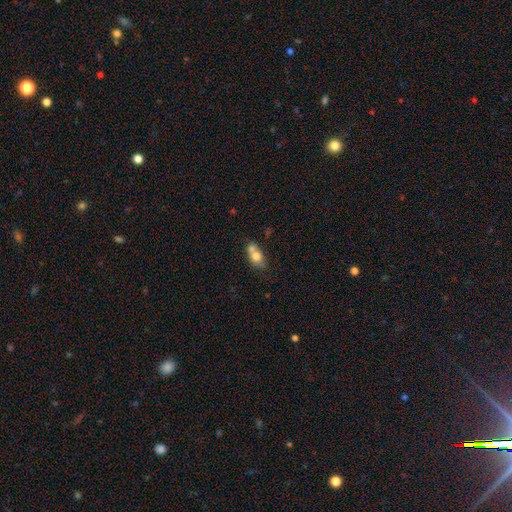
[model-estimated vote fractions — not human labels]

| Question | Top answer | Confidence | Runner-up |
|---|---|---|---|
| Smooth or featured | smooth | 70% | featured or disk (21%) |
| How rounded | in between | 65% | round (31%) |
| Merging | merger | 54% | none (30%) |